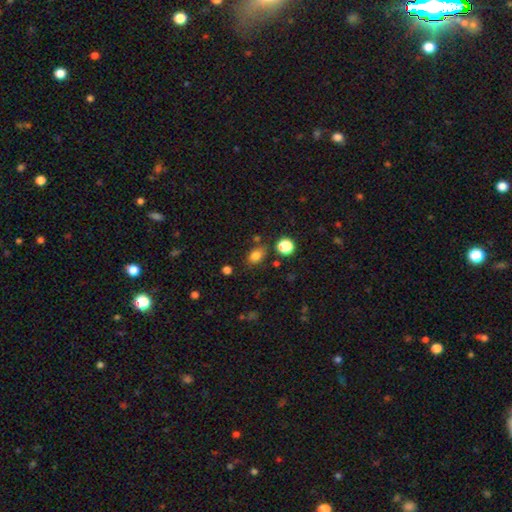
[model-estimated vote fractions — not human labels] This appears to be a smooth galaxy with no disk features (80%) that is in between round and cigar-shaped (71%). Merging: none (76%).